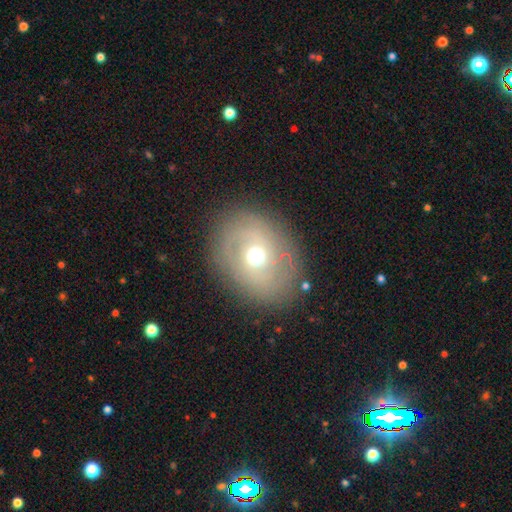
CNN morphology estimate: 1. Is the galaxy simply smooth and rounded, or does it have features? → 56% featured or disk, 34% smooth, 10% star or artifact.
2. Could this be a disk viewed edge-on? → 94% no, 6% yes.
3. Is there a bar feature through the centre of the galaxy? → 68% no, 25% weak, 7% strong.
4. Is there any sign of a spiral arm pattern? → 53% yes, 47% no.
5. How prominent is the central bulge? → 66% moderate, 25% small, 7% large, 1% dominant, 1% none.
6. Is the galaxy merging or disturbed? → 82% none, 11% minor disturbance, 5% major disturbance, 1% merger.